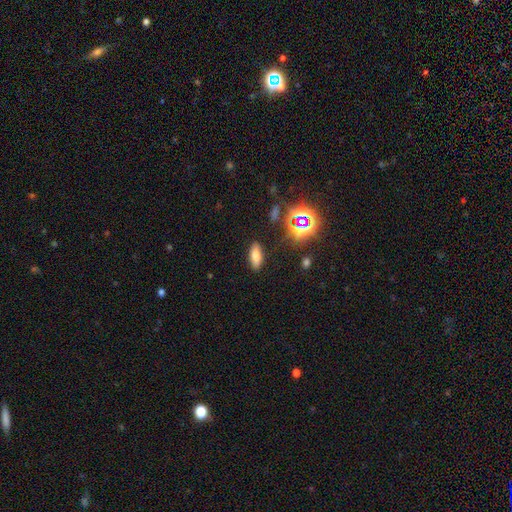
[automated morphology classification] type=smooth (69%); roundness=in between (71%); merging=none (87%).